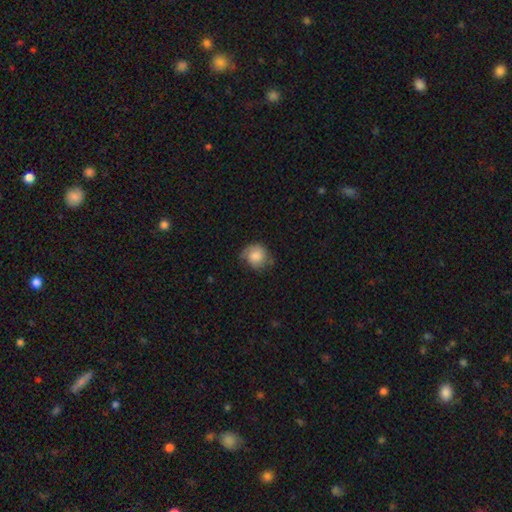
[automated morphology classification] This is likely a smooth galaxy (71%). How rounded: likely round (74%). Merging: possibly none (53%).